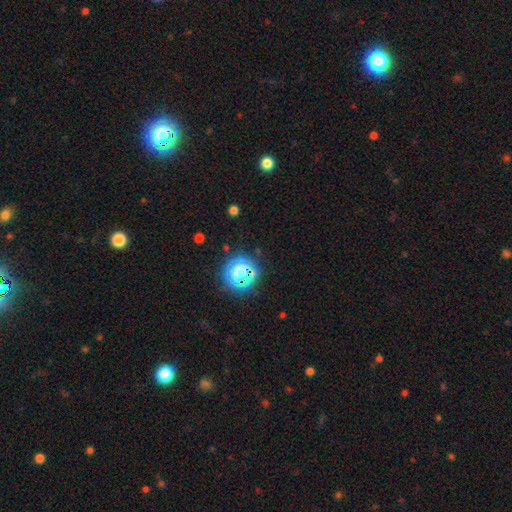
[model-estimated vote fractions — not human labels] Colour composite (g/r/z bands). It shows a star or artifact, not a galaxy (71%).